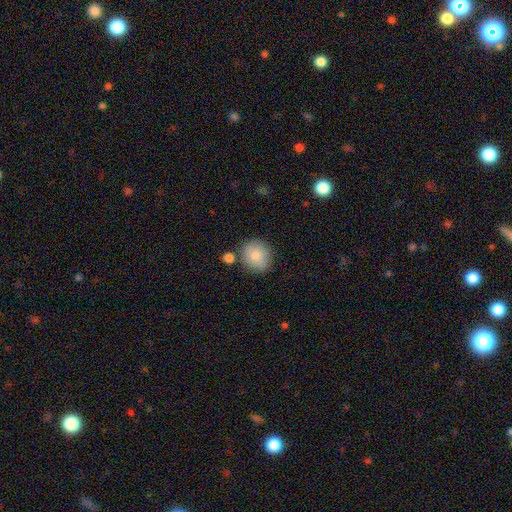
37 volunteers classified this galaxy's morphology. smooth-or-featured: smooth: 73% | featured or disk: 22% | star or artifact: 5%
  how-rounded: round: 93% | in between: 7% | cigar-shaped: 0%
  merging: none: 83% | minor disturbance: 9% | merger: 9% | major disturbance: 0%